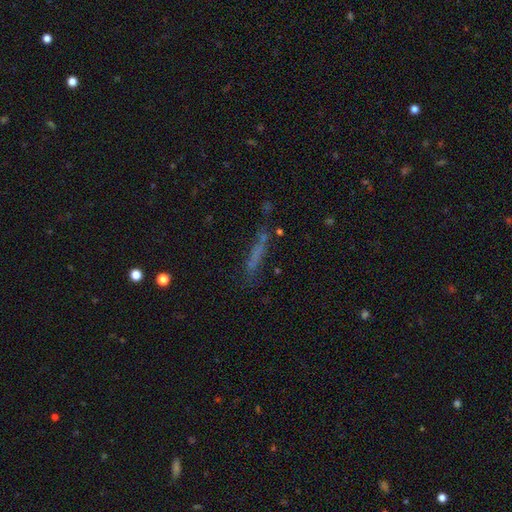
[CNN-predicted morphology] type=smooth (58%); roundness=cigar-shaped (89%); merging=none (67%).